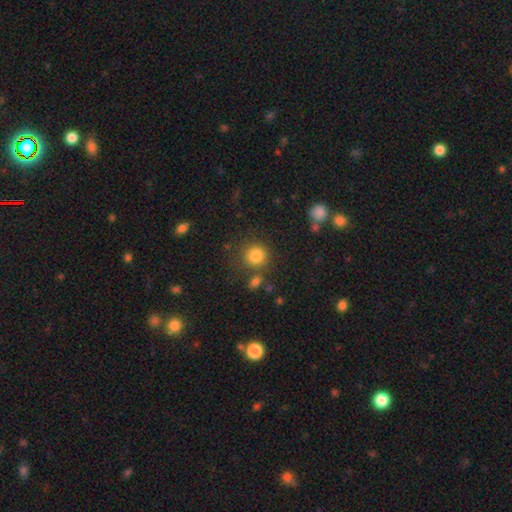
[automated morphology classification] Smooth or featured?
  - smooth: 83% *
  - star or artifact: 11%
  - featured or disk: 6%
How rounded?
  - round: 90% *
  - in between: 9%
  - cigar-shaped: 1%
Merging?
  - none: 78% *
  - minor disturbance: 10%
  - merger: 9%
  - major disturbance: 4%